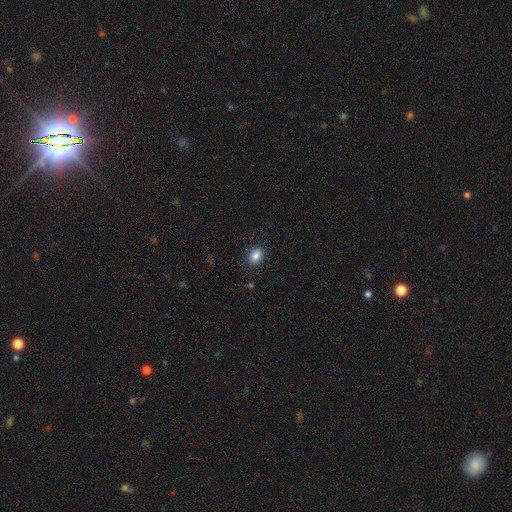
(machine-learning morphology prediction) type=smooth (85%); roundness=round (52%); merging=none (87%).